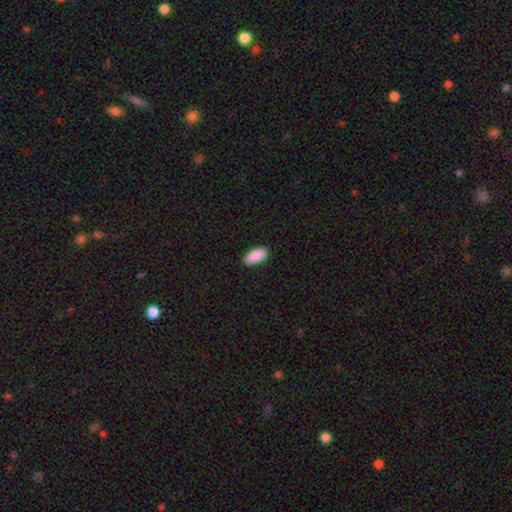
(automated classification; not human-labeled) smooth-or-featured: smooth: 91% | star or artifact: 6% | featured or disk: 3%
  how-rounded: in between: 91% | cigar-shaped: 7% | round: 2%
  merging: none: 90% | minor disturbance: 8% | major disturbance: 2% | merger: 1%